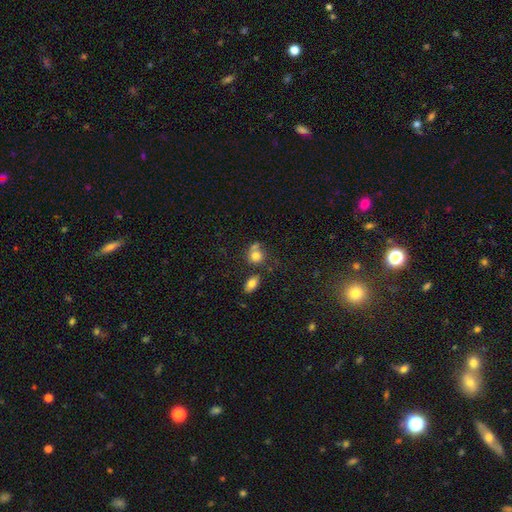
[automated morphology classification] smooth 77%, featured or disk 12%, star or artifact 11%. Down the decision tree: how rounded — round (72%); merging — none (45%).